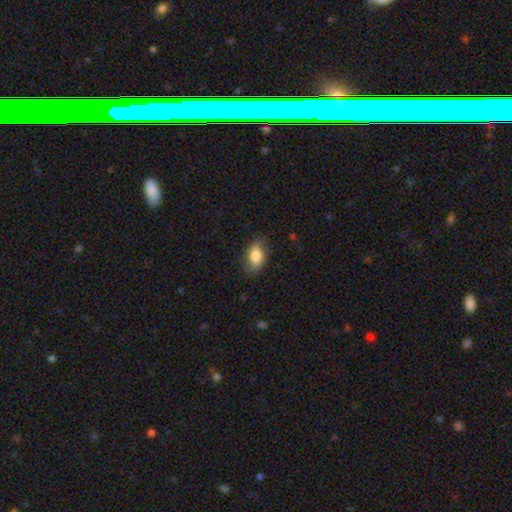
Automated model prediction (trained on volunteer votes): smooth 80%, featured or disk 13%, star or artifact 7%. Down the decision tree: how rounded — in between (88%); merging — none (79%).